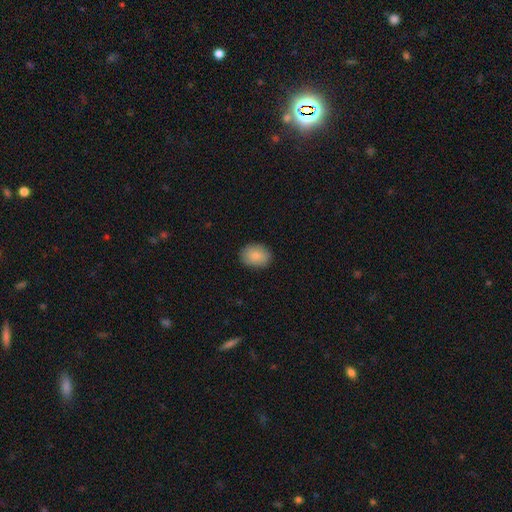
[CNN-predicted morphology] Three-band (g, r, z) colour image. It shows a smooth galaxy with no disk features (86%) that is in between round and cigar-shaped (61%). Merging: none (87%).